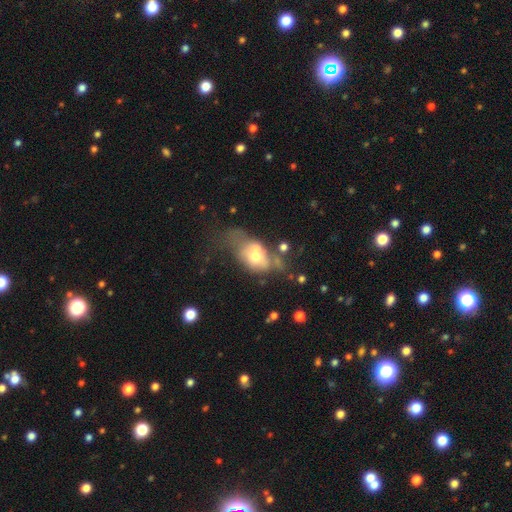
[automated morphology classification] A smooth galaxy with no disk features (49%). Merging: major disturbance (36%).